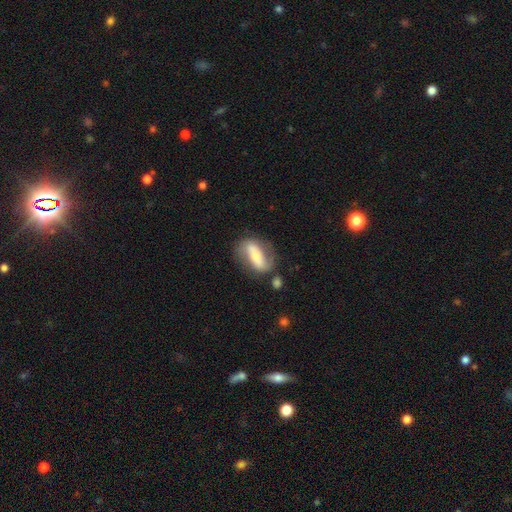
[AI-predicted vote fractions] Q: Smooth or featured?
A: featured or disk (55%); runner-up: smooth (39%)
Q: Edge-on disk?
A: no (83%); runner-up: yes (17%)
Q: Merging?
A: none (68%); runner-up: minor disturbance (18%)